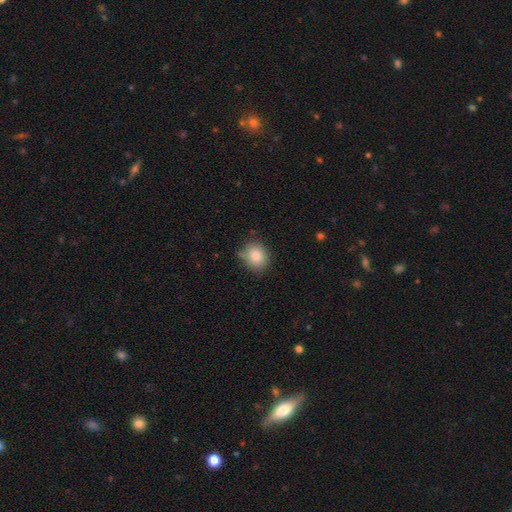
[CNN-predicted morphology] Overall: smooth (82%). How rounded: round (69%; in between 30%). Merging: none (75%).